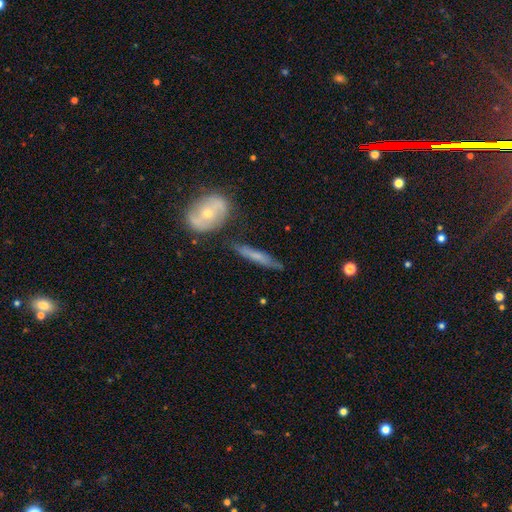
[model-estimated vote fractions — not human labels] A featured or disk galaxy (49%).

Vote fractions:
- Smooth or featured? featured or disk: 49% / smooth: 43% / star or artifact: 9%
- Merging? none: 73% / minor disturbance: 16% / merger: 7% / major disturbance: 4%